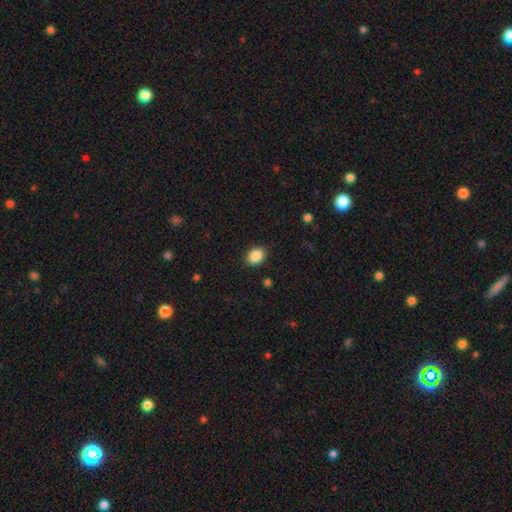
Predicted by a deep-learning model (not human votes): smooth_or_featured: smooth (p=0.88) [alt: star or artifact p=0.08]
how_rounded: in between (p=0.70) [alt: round p=0.29]
merging: none (p=0.89) [alt: minor disturbance p=0.08]